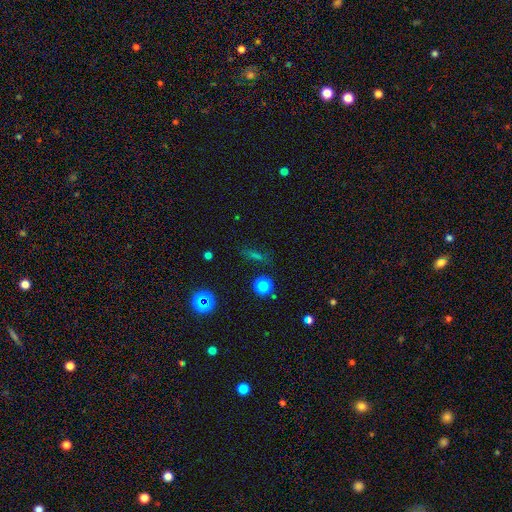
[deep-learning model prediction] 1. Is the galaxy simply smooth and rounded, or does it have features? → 43% smooth, 40% star or artifact, 16% featured or disk.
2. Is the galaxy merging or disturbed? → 80% none, 12% minor disturbance, 5% major disturbance, 3% merger.